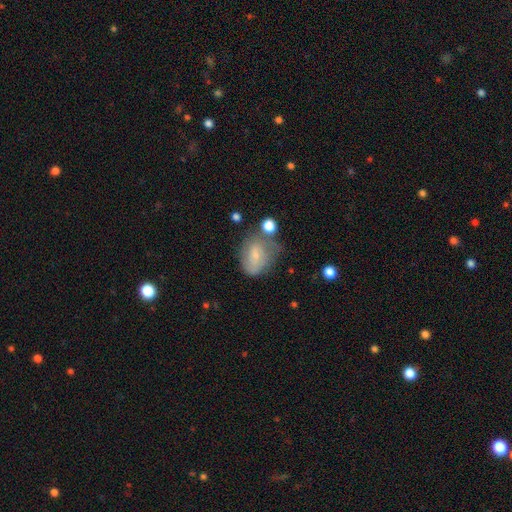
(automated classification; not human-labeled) Q: Smooth or featured?
A: smooth (54%); runner-up: featured or disk (36%)
Q: How rounded?
A: in between (66%); runner-up: round (33%)
Q: Merging?
A: none (40%); runner-up: minor disturbance (31%)